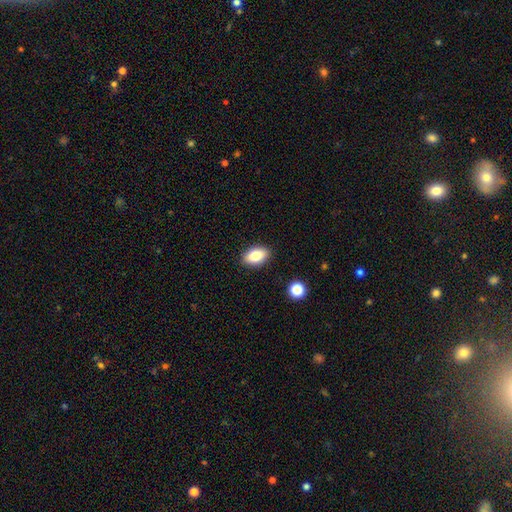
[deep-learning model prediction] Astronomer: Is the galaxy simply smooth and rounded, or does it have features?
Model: smooth — 82%.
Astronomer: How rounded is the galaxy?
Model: in between — 90%.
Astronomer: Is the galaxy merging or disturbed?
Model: none — 88%.